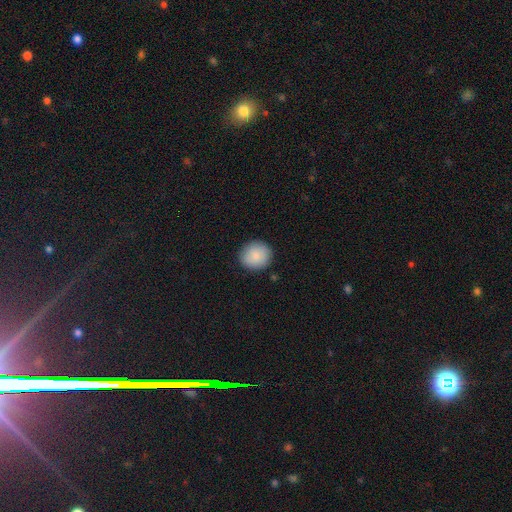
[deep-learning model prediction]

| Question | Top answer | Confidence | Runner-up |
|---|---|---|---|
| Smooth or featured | smooth | 87% | star or artifact (7%) |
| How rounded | round | 88% | in between (11%) |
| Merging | none | 89% | minor disturbance (8%) |